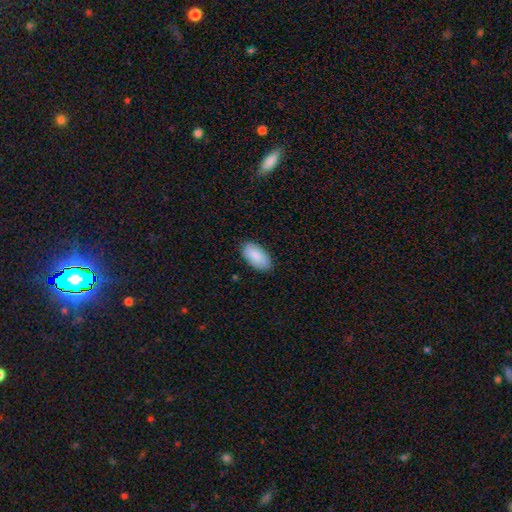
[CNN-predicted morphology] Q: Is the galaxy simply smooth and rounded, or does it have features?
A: smooth — 88%.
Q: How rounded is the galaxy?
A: in between — 95%.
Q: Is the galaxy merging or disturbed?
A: none — 85%.